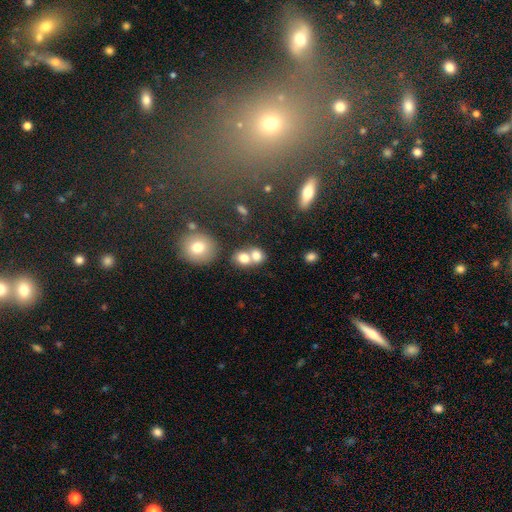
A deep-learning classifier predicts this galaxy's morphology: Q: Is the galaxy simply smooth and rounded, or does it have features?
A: smooth — 74%.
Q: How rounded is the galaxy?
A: round — 64%.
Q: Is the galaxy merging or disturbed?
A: merger — 59%.